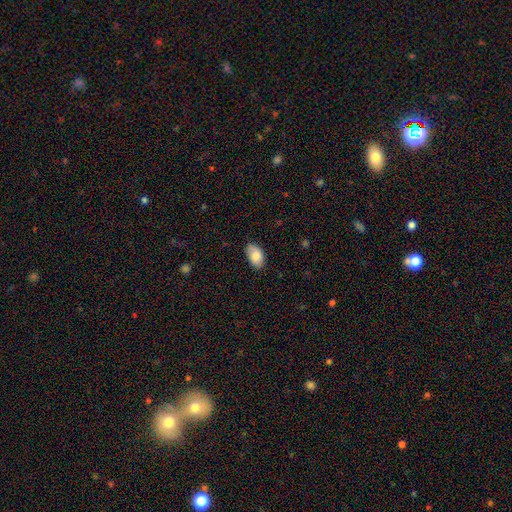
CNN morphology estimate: The model was most divided on "merging": none: 77%, minor disturbance: 19%, major disturbance: 3%, merger: 1%. More confident: how rounded — in between (94%); smooth or featured — smooth (85%).